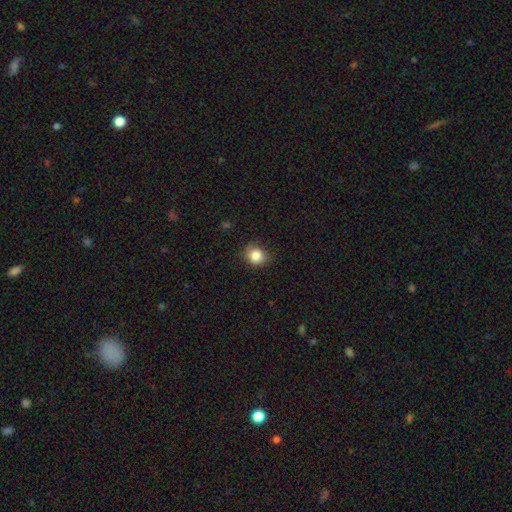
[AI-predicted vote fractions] smooth_or_featured: smooth (p=0.84) [alt: star or artifact p=0.11]
how_rounded: round (p=0.78) [alt: in between p=0.21]
merging: none (p=0.78) [alt: minor disturbance p=0.17]